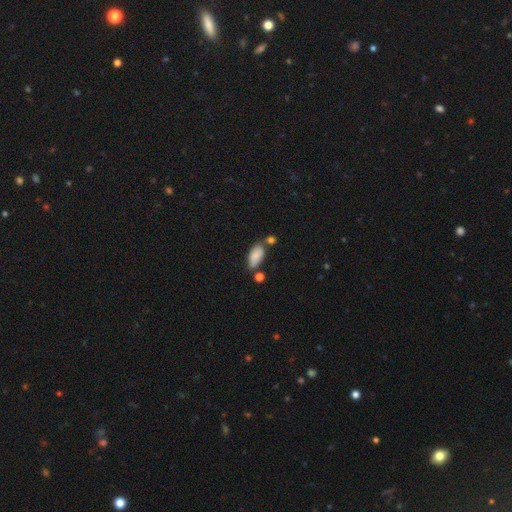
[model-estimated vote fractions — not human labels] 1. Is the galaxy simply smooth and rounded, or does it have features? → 81% smooth, 12% featured or disk, 7% star or artifact.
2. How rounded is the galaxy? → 90% in between, 7% cigar-shaped, 3% round.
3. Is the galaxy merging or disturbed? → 58% none, 20% minor disturbance, 17% merger, 5% major disturbance.